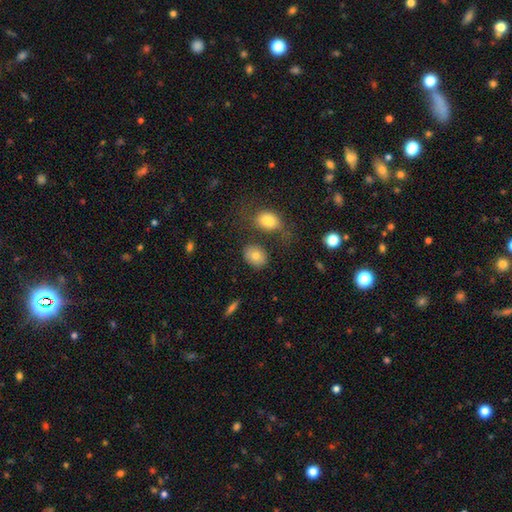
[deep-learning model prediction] Smooth or featured: smooth — 77% (featured or disk — 14%)
How rounded: in between — 56% (round — 43%)
Merging: none — 71% (minor disturbance — 13%)